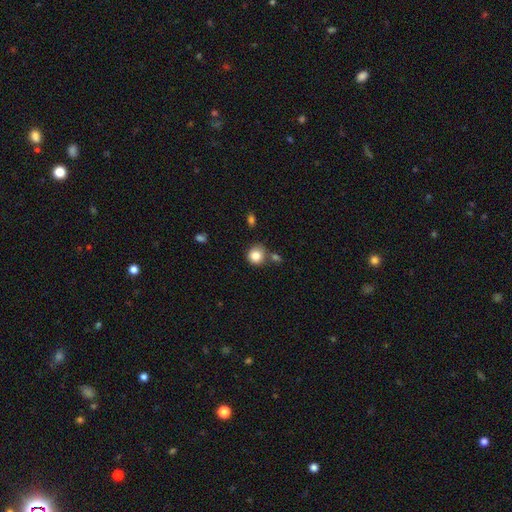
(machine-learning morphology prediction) smooth_or_featured: smooth (p=0.84) [alt: star or artifact p=0.10]
how_rounded: round (p=0.87) [alt: in between p=0.12]
merging: none (p=0.68) [alt: minor disturbance p=0.14]